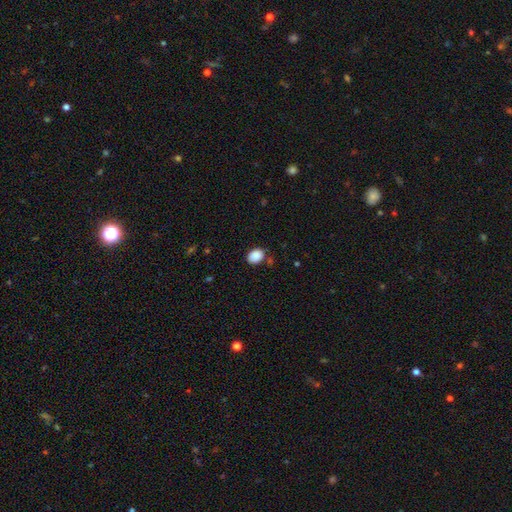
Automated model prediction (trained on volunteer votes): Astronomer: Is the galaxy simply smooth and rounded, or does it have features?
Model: smooth — 89%.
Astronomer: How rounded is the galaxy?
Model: in between — 68%.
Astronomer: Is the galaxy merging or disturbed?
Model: none — 78%.